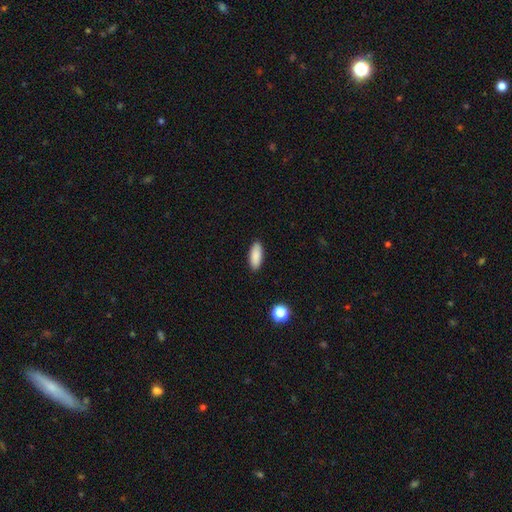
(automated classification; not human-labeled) Smooth or featured: smooth — 89% (star or artifact — 7%)
How rounded: in between — 76% (cigar-shaped — 22%)
Merging: none — 90% (minor disturbance — 7%)